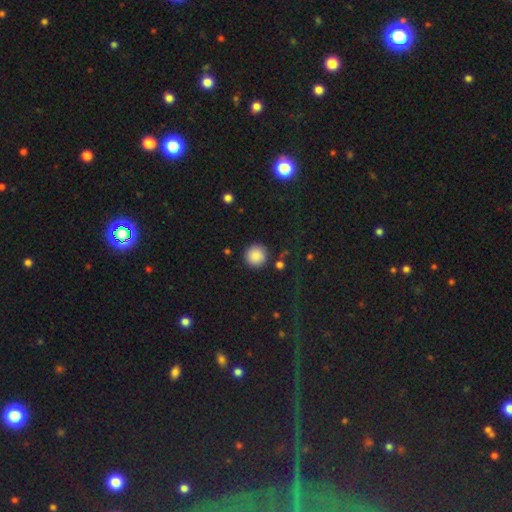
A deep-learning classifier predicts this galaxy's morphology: smooth-or-featured: smooth: 88% | star or artifact: 9% | featured or disk: 4%
  how-rounded: round: 96% | in between: 3% | cigar-shaped: 1%
  merging: none: 90% | minor disturbance: 6% | major disturbance: 2% | merger: 2%